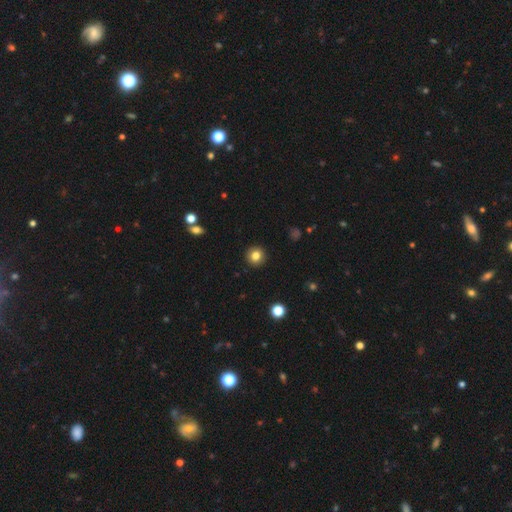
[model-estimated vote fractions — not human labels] Smooth or featured? Predicted: smooth (p=0.82). How rounded? Predicted: round (p=0.94). Merging? Predicted: none (p=0.93).